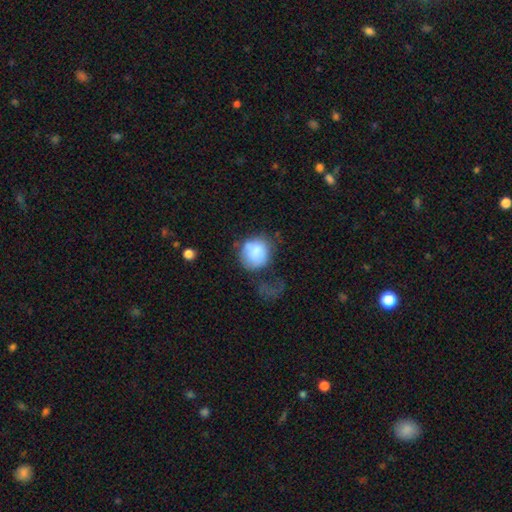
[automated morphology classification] Overall: smooth (81%). How rounded: round (77%). Merging: major disturbance (34%; none 32%).